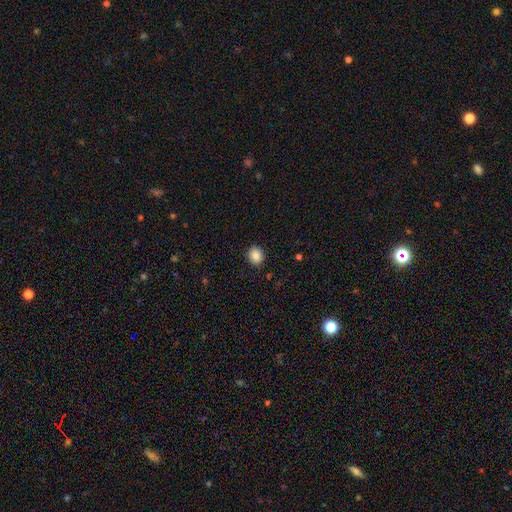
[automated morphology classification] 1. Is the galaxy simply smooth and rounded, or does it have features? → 87% smooth, 9% star or artifact, 4% featured or disk.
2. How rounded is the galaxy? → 62% round, 37% in between, 1% cigar-shaped.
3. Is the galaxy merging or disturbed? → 89% none, 8% minor disturbance, 2% major disturbance, 1% merger.